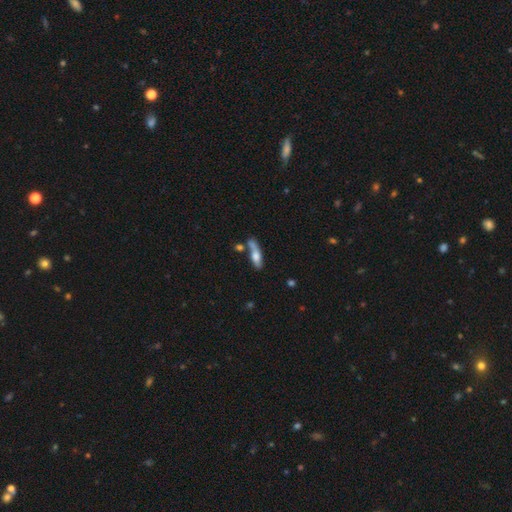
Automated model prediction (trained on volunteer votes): smooth_or_featured: smooth (p=0.60) [alt: featured or disk p=0.33]
how_rounded: cigar-shaped (p=0.57) [alt: in between p=0.39]
merging: none (p=0.50) [alt: merger p=0.23]